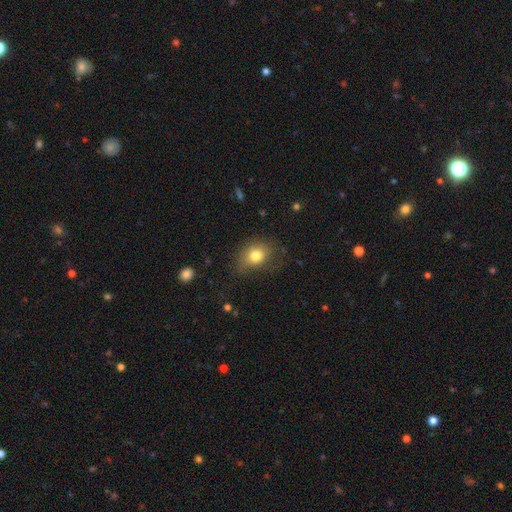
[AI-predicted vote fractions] Overall: smooth (77%). How rounded: in between (59%; round 40%). Merging: none (63%; minor disturbance 25%).